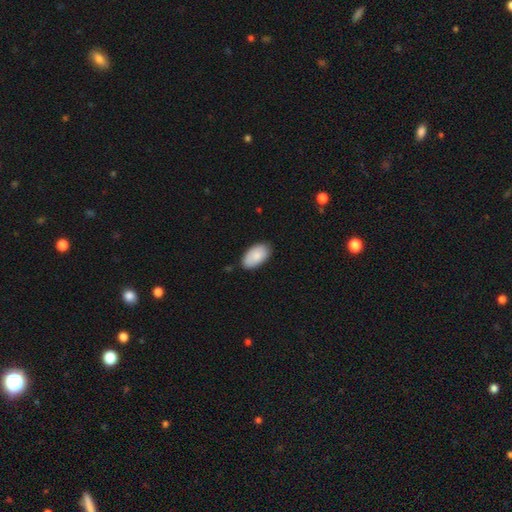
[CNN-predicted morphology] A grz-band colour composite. It shows a smooth galaxy with no disk features (87%) that is in between round and cigar-shaped (96%). Merging: none (82%).